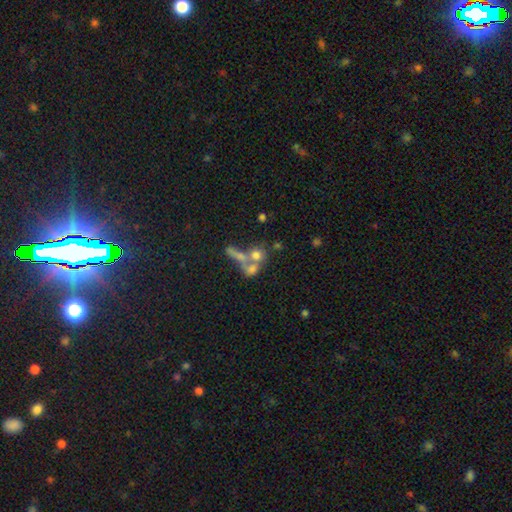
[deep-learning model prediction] Morphology: type=smooth (59%); roundness=round (68%); merging=merger (52%).